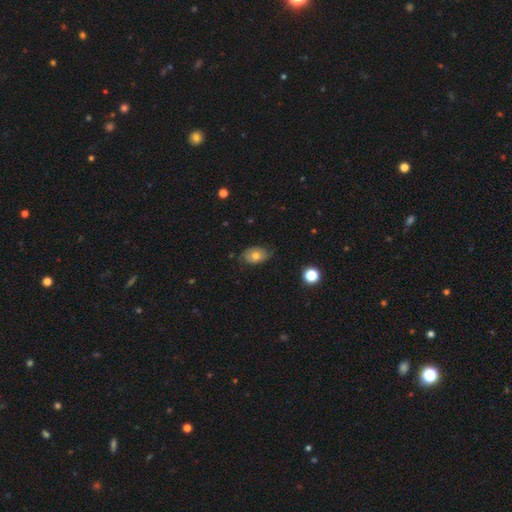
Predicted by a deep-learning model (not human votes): Smooth or featured?
  - smooth: 62% *
  - featured or disk: 29%
  - star or artifact: 9%
How rounded?
  - in between: 80% *
  - round: 18%
  - cigar-shaped: 1%
Merging?
  - none: 68% *
  - minor disturbance: 25%
  - major disturbance: 6%
  - merger: 1%